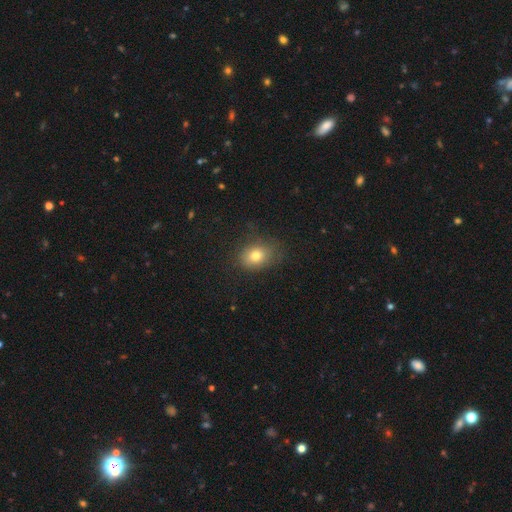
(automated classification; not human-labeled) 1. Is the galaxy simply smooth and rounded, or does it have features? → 76% smooth, 12% star or artifact, 12% featured or disk.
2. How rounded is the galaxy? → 59% in between, 39% round, 1% cigar-shaped.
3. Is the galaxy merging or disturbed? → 72% none, 19% minor disturbance, 8% major disturbance, 1% merger.